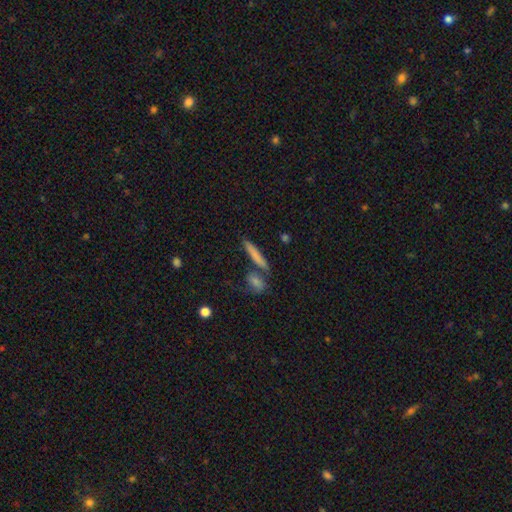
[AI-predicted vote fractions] A smooth galaxy with no disk features (73%) that is cigar-shaped (86%). Merging: none (67%).